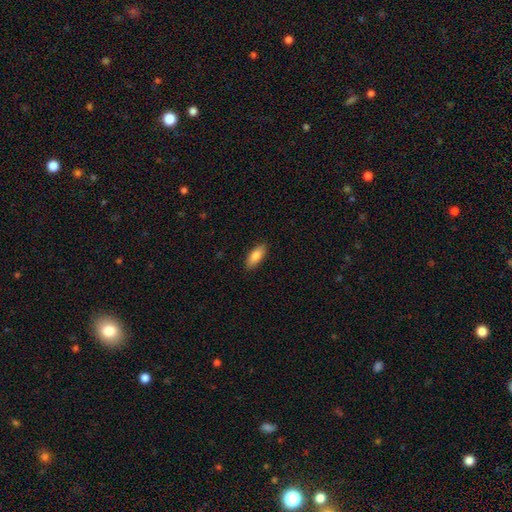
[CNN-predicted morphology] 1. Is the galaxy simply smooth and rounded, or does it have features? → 85% smooth, 9% featured or disk, 6% star or artifact.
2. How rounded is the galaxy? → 83% in between, 15% cigar-shaped, 2% round.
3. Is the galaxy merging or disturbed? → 88% none, 9% minor disturbance, 2% major disturbance, 1% merger.